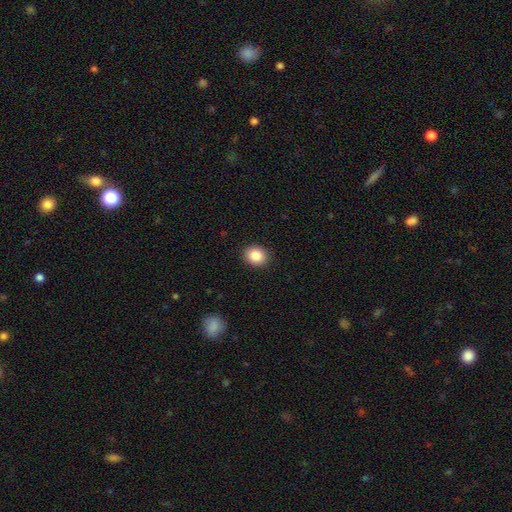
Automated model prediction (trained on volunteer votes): A smooth galaxy with no disk features (85%) that is round (63%). Merging: none (91%).